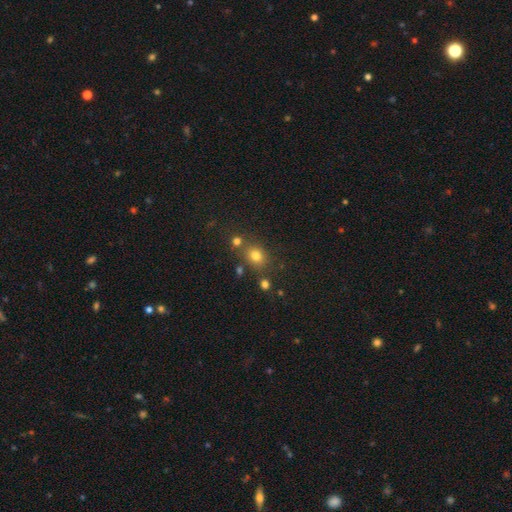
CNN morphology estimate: Overall: smooth (74%). How rounded: round (63%; in between 36%). Merging: none (69%).